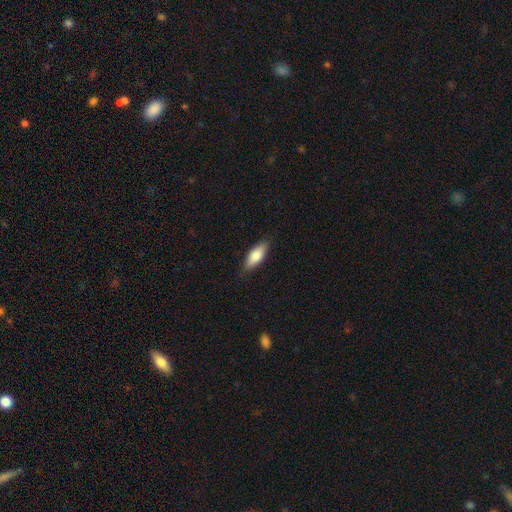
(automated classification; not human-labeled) Smooth or featured? Predicted: smooth (p=0.81). How rounded? Predicted: in between (p=0.71). Merging? Predicted: none (p=0.86).